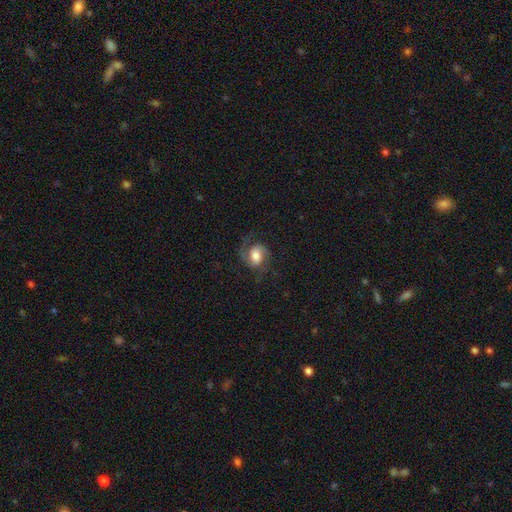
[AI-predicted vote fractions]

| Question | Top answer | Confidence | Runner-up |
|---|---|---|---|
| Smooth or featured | featured or disk | 71% | smooth (22%) |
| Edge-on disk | no | 97% | yes (3%) |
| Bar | no | 49% | weak (39%) |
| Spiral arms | yes | 94% | no (6%) |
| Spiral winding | medium | 49% | loose (28%) |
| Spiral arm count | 2 | 83% | 1 (8%) |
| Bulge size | moderate | 47% | large (33%) |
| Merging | none | 66% | minor disturbance (18%) |